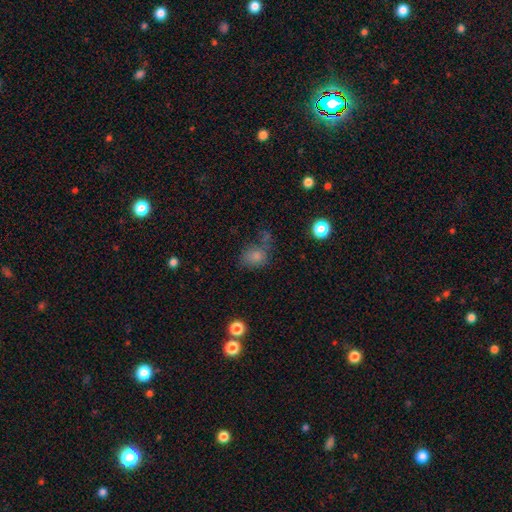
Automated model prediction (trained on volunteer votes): This appears to be a smooth galaxy with no disk features (76%) that is in between round and cigar-shaped (53%). Merging: none (48%).